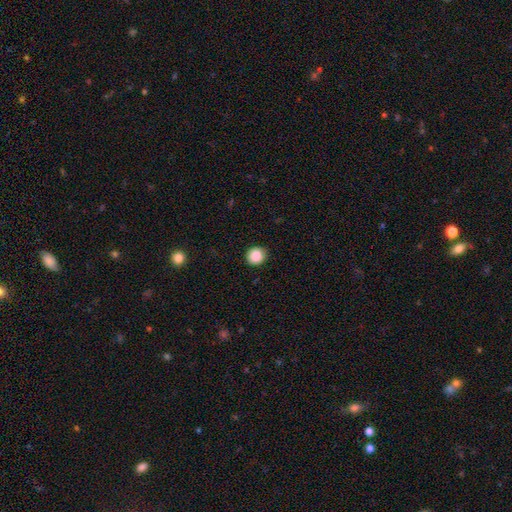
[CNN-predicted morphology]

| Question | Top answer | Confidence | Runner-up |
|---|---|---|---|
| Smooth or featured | smooth | 88% | star or artifact (9%) |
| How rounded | round | 89% | in between (10%) |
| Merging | none | 89% | minor disturbance (8%) |